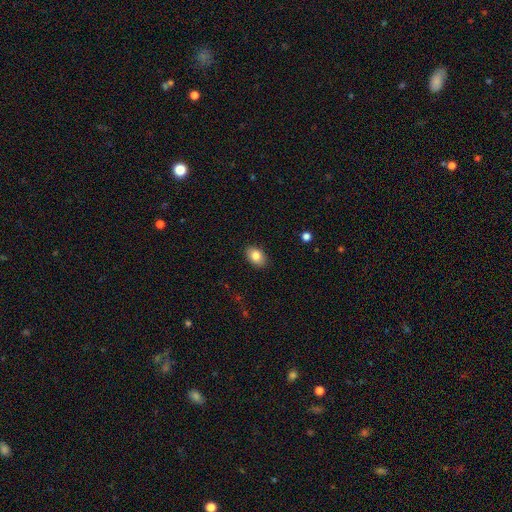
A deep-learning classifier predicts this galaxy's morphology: Q: Smooth or featured?
A: smooth (84%); runner-up: featured or disk (8%)
Q: How rounded?
A: in between (84%); runner-up: round (14%)
Q: Merging?
A: none (88%); runner-up: minor disturbance (9%)